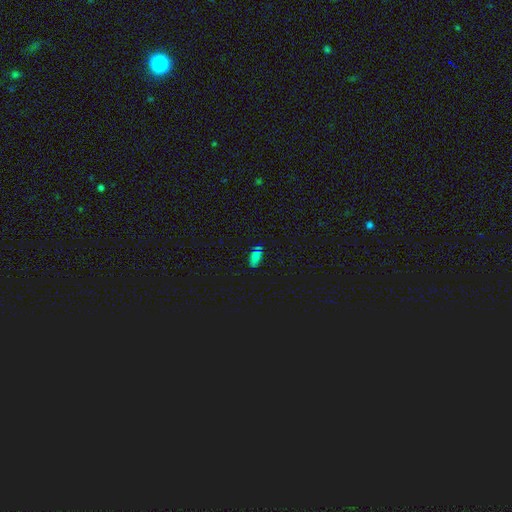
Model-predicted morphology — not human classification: Smooth or featured: smooth — 62% (star or artifact — 29%)
How rounded: in between — 89% (cigar-shaped — 6%)
Merging: none — 73% (minor disturbance — 18%)